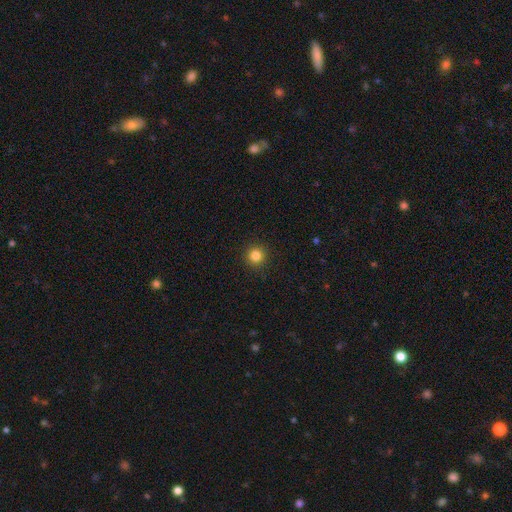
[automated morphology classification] The model was most divided on "smooth or featured": smooth: 84%, star or artifact: 12%, featured or disk: 4%. More confident: how rounded — round (95%); merging — none (92%).